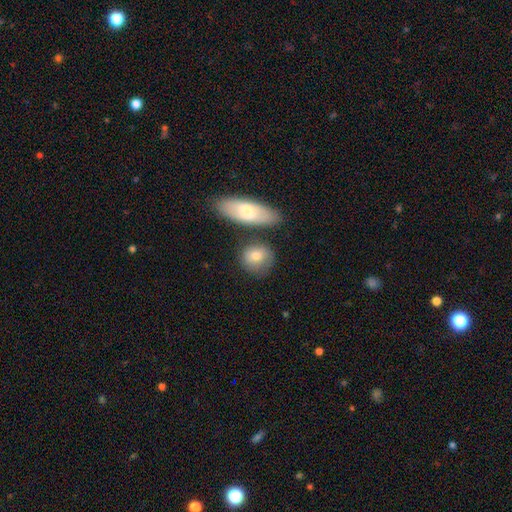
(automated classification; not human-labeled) This is likely a smooth galaxy (78%). How rounded: likely round (65%). Merging: likely none (67%).